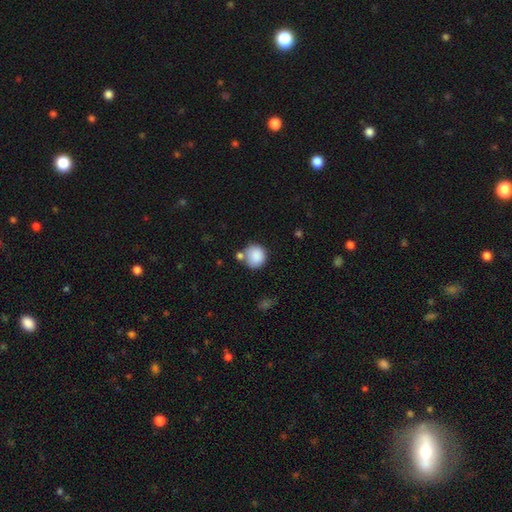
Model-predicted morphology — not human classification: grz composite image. It shows a smooth galaxy with no disk features (87%) that is round (87%). Merging: none (65%).